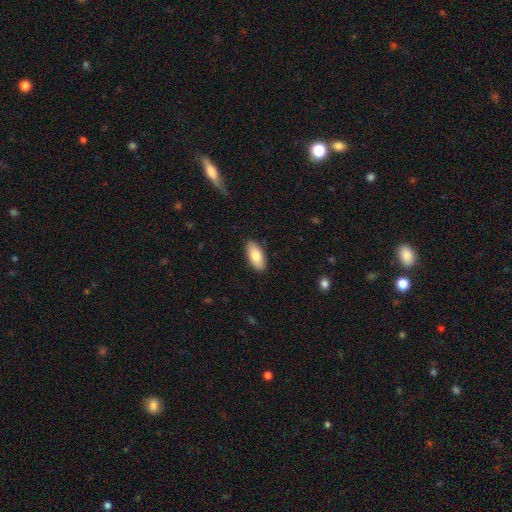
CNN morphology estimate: This is clearly a smooth galaxy (81%). How rounded: clearly in between (88%). Merging: clearly none (89%).